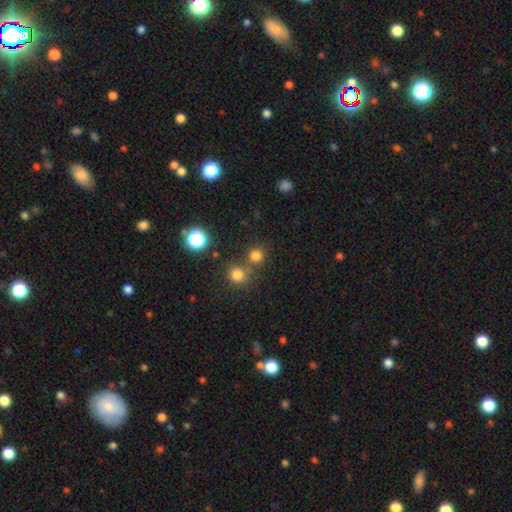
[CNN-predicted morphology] The model was most divided on "merging": none: 67%, merger: 23%, minor disturbance: 7%, major disturbance: 3%. More confident: how rounded — round (90%); smooth or featured — smooth (75%).